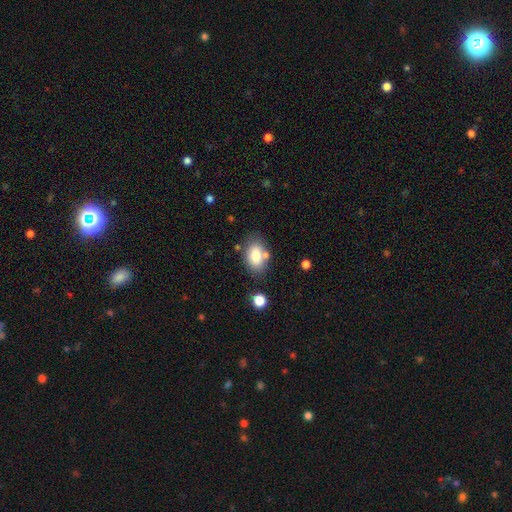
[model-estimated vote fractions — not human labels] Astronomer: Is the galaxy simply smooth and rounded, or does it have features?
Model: smooth — 78%.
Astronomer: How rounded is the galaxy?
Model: in between — 85%.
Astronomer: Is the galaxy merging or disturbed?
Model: none — 68%.